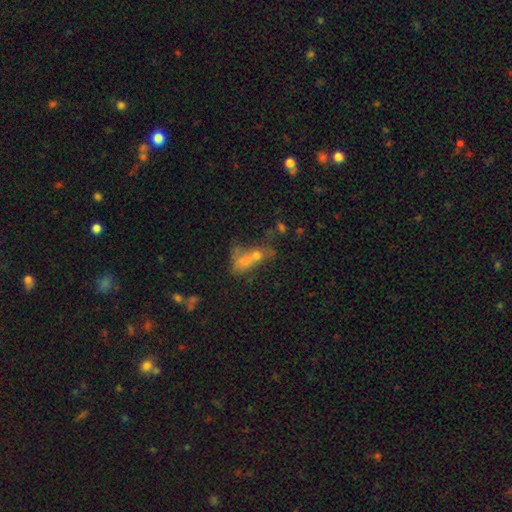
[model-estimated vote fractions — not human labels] Smooth or featured: smooth — 38% (star or artifact — 34%)
Merging: merger — 35% (none — 34%)